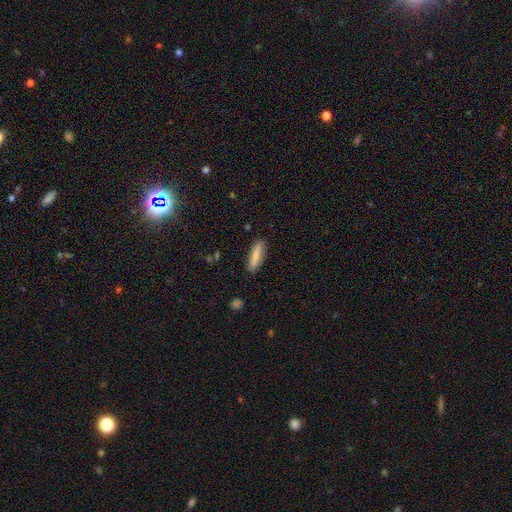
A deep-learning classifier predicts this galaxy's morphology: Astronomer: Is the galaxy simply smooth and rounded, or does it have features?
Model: smooth — 75%.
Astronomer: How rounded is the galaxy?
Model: cigar-shaped — 64%.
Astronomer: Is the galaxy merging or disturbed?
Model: none — 84%.